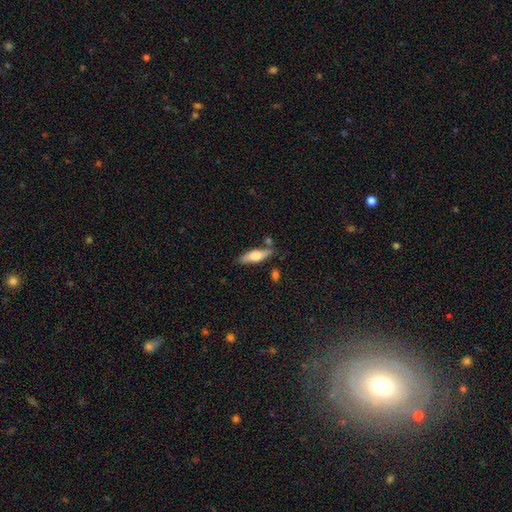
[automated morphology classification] Smooth or featured: smooth — 63% (featured or disk — 31%)
How rounded: in between — 55% (cigar-shaped — 43%)
Merging: none — 73% (minor disturbance — 16%)